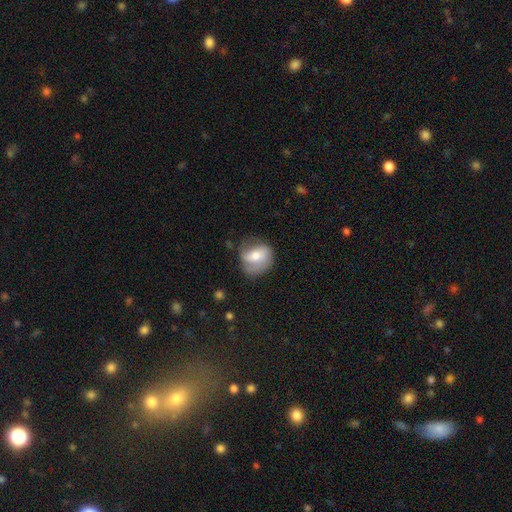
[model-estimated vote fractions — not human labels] Q: Smooth or featured?
A: smooth (50%); runner-up: featured or disk (43%)
Q: Merging?
A: none (51%); runner-up: minor disturbance (29%)